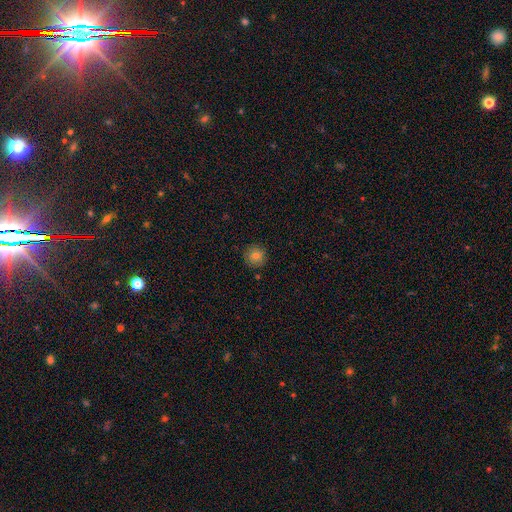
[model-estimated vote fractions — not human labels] smooth-or-featured: smooth: 81% | star or artifact: 11% | featured or disk: 8%
  how-rounded: round: 94% | in between: 5% | cigar-shaped: 1%
  merging: none: 88% | minor disturbance: 9% | major disturbance: 2% | merger: 2%